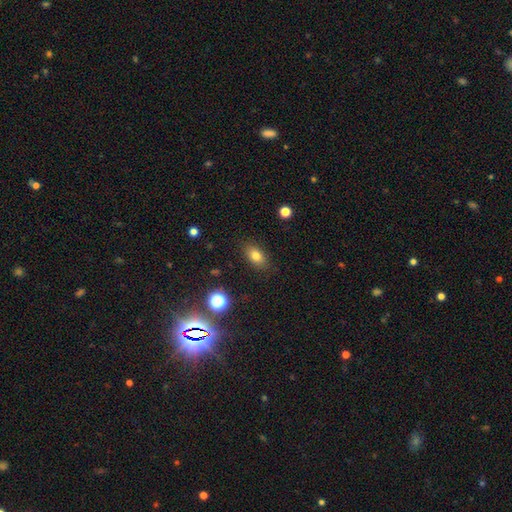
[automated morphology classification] Smooth or featured: smooth — 79% (star or artifact — 12%)
How rounded: in between — 84% (round — 13%)
Merging: none — 86% (minor disturbance — 10%)